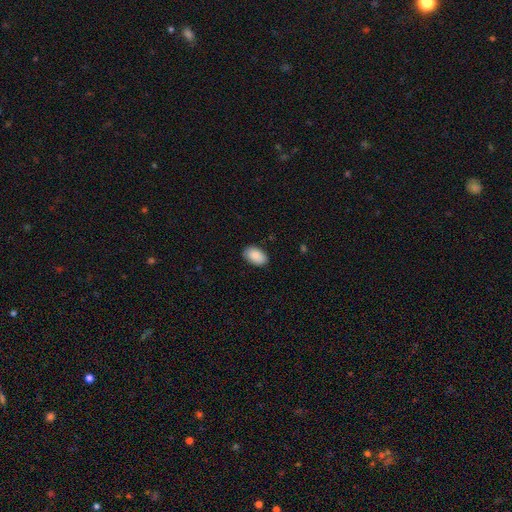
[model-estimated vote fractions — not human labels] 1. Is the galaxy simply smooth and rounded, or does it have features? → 89% smooth, 6% star or artifact, 5% featured or disk.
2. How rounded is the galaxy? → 94% in between, 5% round, 1% cigar-shaped.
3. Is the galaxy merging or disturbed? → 87% none, 10% minor disturbance, 2% major disturbance, 1% merger.